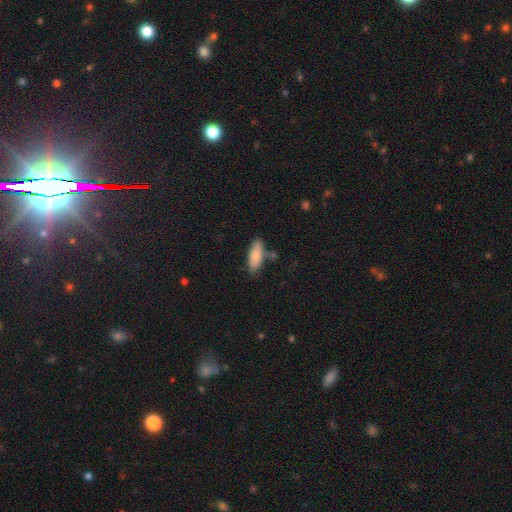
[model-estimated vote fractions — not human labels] A smooth galaxy with no disk features (84%) that is in between round and cigar-shaped (67%). Merging: none (69%).